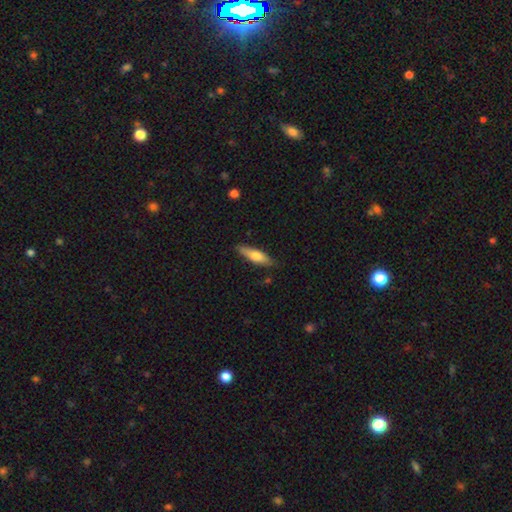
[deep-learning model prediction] smooth 67%, featured or disk 27%, star or artifact 6%. Down the decision tree: how rounded — cigar-shaped (64%); merging — none (80%).